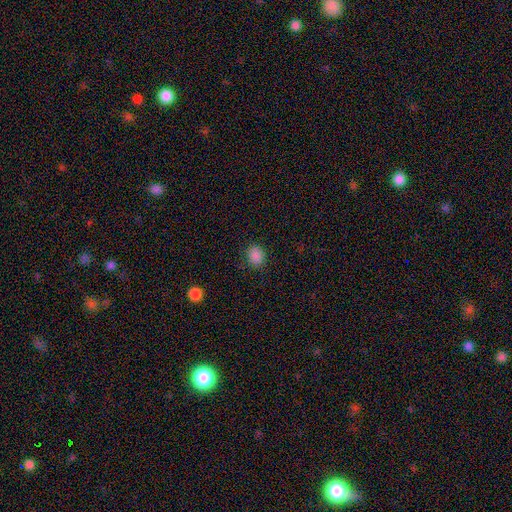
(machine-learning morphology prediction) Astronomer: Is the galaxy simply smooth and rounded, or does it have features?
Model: smooth — 86%.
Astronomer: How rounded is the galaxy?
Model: round — 64%.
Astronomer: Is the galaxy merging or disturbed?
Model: none — 85%.